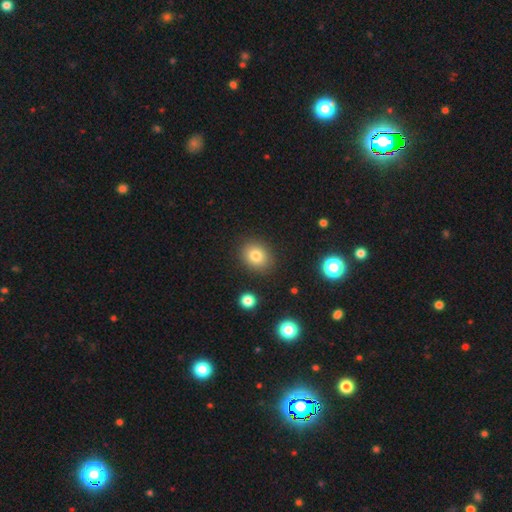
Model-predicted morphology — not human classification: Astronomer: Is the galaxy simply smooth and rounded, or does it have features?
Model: smooth — 79%.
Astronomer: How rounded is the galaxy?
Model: round — 61% (runner-up: in between, 38%).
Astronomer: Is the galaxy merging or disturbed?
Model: none — 87%.